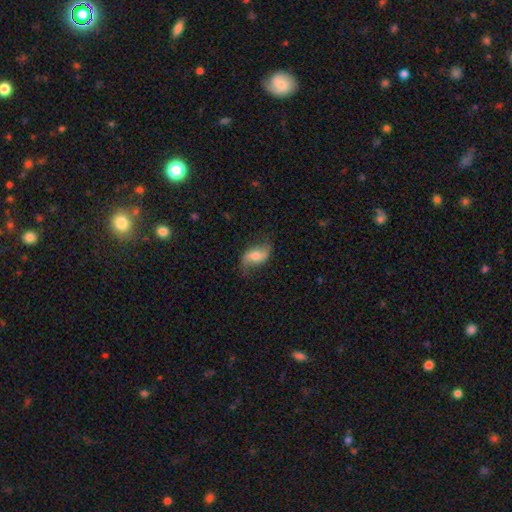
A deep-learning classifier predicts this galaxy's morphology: smooth_or_featured: featured or disk (p=0.60) [alt: smooth p=0.33]
disk_edge_on: no (p=0.94) [alt: yes p=0.06]
bar: no (p=0.44) [alt: weak p=0.36]
has_spiral_arms: yes (p=0.88) [alt: no p=0.12]
bulge_size: moderate (p=0.53) [alt: small p=0.32]
merging: none (p=0.68) [alt: minor disturbance p=0.22]